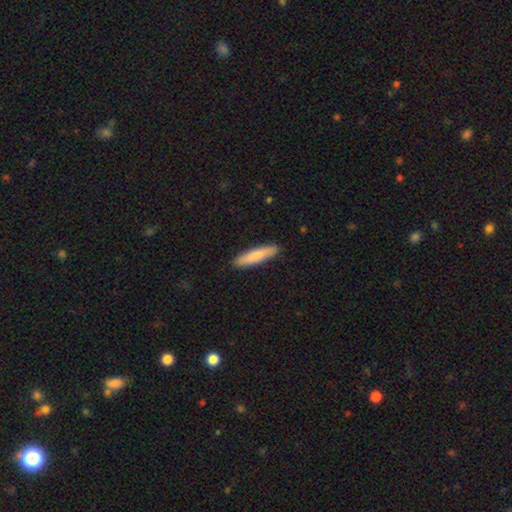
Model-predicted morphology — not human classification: Smooth or featured?
  - smooth: 81% *
  - featured or disk: 14%
  - star or artifact: 5%
How rounded?
  - cigar-shaped: 85% *
  - in between: 14%
  - round: 1%
Merging?
  - none: 90% *
  - minor disturbance: 7%
  - major disturbance: 1%
  - merger: 1%